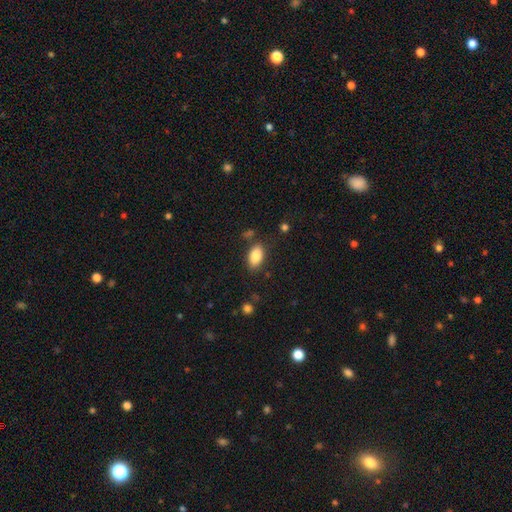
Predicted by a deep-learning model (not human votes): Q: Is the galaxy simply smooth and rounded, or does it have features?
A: smooth — 85%.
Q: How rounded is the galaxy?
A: in between — 92%.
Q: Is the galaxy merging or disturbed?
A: none — 81%.